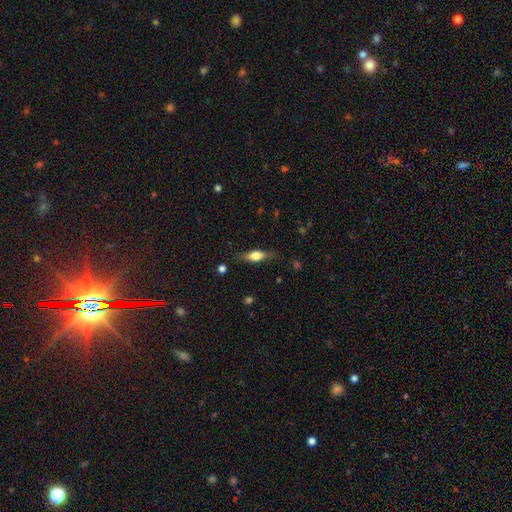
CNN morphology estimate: Overall: smooth (53%; featured or disk 40%). How rounded: in between (53%; cigar-shaped 43%). Merging: none (80%).